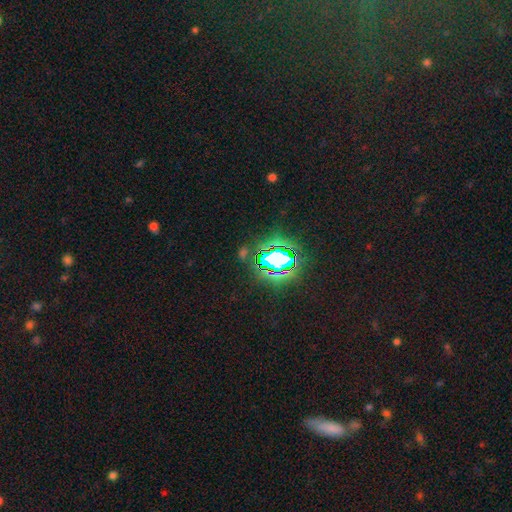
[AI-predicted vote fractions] smooth_or_featured: star or artifact (p=0.80) [alt: smooth p=0.13]